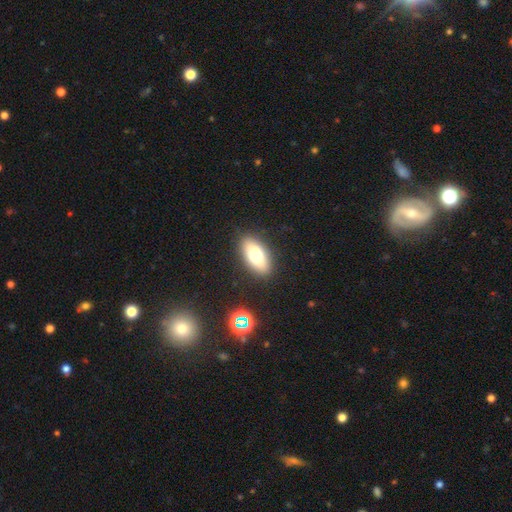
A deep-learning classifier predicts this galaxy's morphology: A smooth galaxy with no disk features (70%) that is in between round and cigar-shaped (86%).

Vote fractions:
- Smooth or featured? smooth: 70% / featured or disk: 21% / star or artifact: 9%
- How rounded? in between: 86% / cigar-shaped: 10% / round: 5%
- Merging? none: 87% / minor disturbance: 9% / major disturbance: 3% / merger: 2%